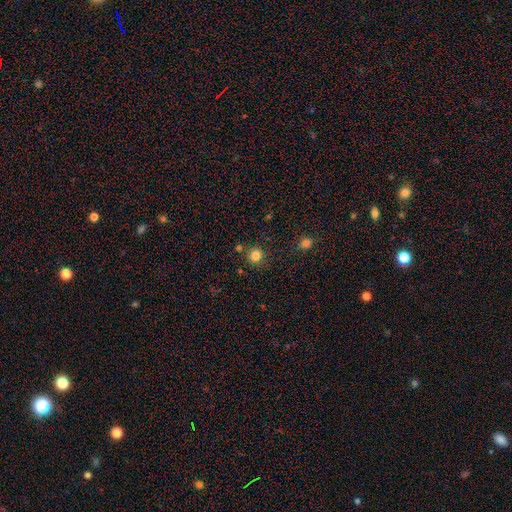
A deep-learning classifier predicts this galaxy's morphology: smooth_or_featured: smooth (p=0.83) [alt: star or artifact p=0.12]
how_rounded: round (p=0.90) [alt: in between p=0.10]
merging: none (p=0.82) [alt: minor disturbance p=0.09]